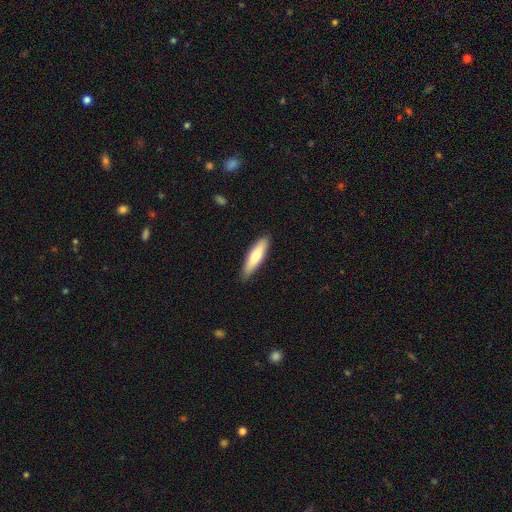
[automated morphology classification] Smooth or featured?
  - smooth: 69% *
  - featured or disk: 26%
  - star or artifact: 5%
How rounded?
  - cigar-shaped: 69% *
  - in between: 29%
  - round: 2%
Merging?
  - none: 87% *
  - minor disturbance: 10%
  - major disturbance: 2%
  - merger: 1%